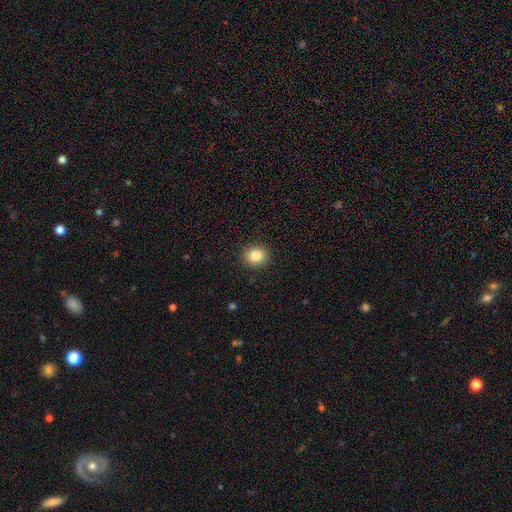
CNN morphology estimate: type=smooth (84%); roundness=round (79%); merging=none (91%).